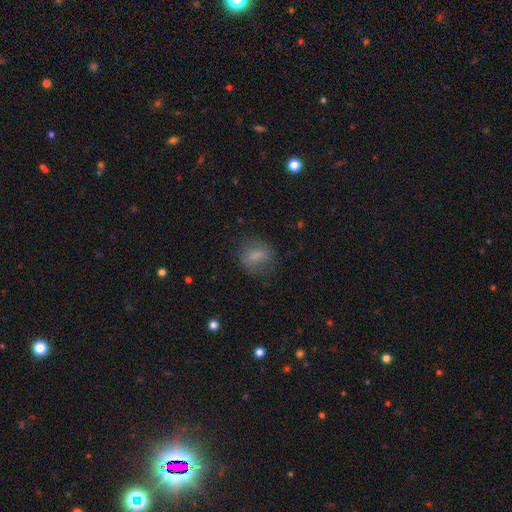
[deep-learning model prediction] The model was most divided on "how rounded": in between: 54%, round: 41%, cigar-shaped: 5%. More confident: smooth or featured — smooth (74%); merging — none (72%).